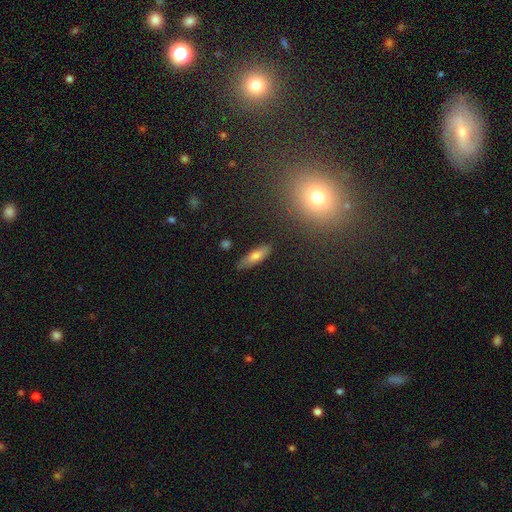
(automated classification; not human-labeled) A smooth galaxy with no disk features (69%) that is cigar-shaped (51%).

Vote fractions:
- Smooth or featured? smooth: 69% / featured or disk: 22% / star or artifact: 9%
- How rounded? cigar-shaped: 51% / in between: 46% / round: 3%
- Merging? none: 83% / minor disturbance: 13% / major disturbance: 3% / merger: 2%